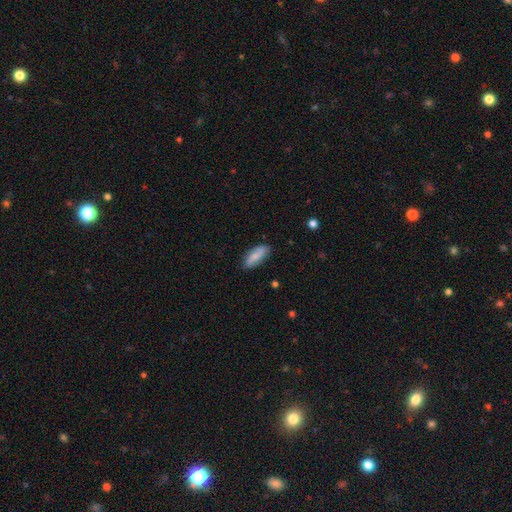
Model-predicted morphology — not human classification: smooth 71%, featured or disk 23%, star or artifact 6%. Down the decision tree: how rounded — in between (79%); merging — none (80%).